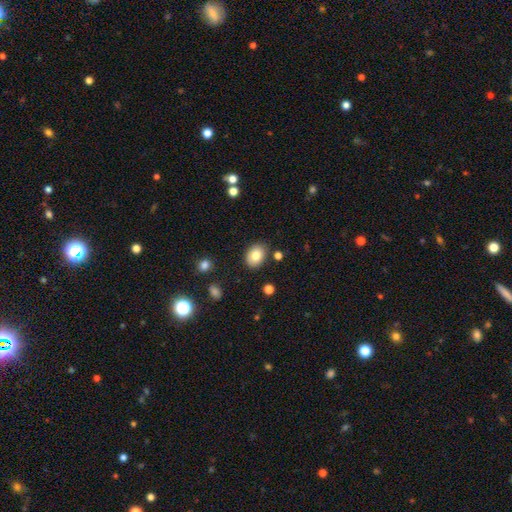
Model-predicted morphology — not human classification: The model was most divided on "how rounded": in between: 63%, round: 36%, cigar-shaped: 1%. More confident: merging — none (85%); smooth or featured — smooth (81%).